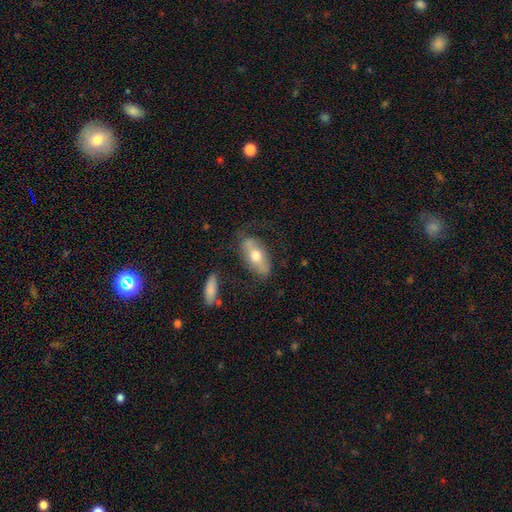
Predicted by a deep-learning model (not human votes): Smooth or featured: smooth — 48% (featured or disk — 45%)
Merging: none — 67% (minor disturbance — 20%)